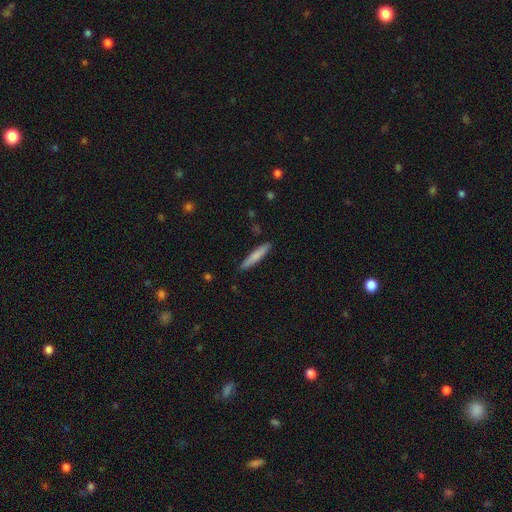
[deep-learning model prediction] The model was most divided on "smooth or featured": smooth: 78%, featured or disk: 17%, star or artifact: 6%. More confident: how rounded — cigar-shaped (92%); merging — none (89%).